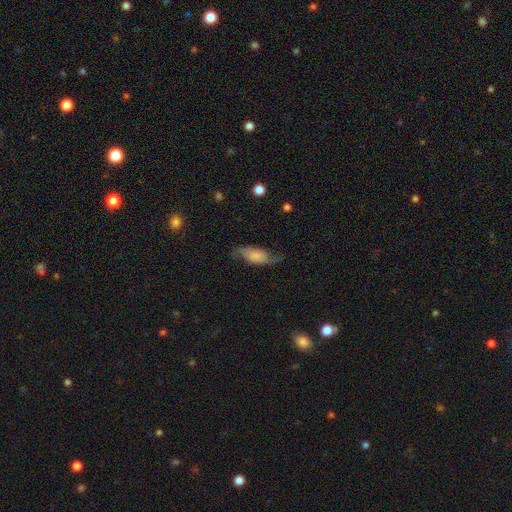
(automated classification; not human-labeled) Smooth or featured: featured or disk — 54% (smooth — 38%)
Edge-on disk: no — 88% (yes — 12%)
Merging: none — 61% (minor disturbance — 24%)